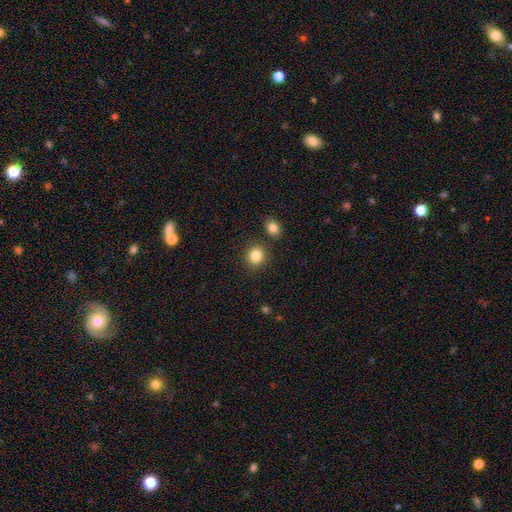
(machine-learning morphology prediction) smooth_or_featured: smooth (p=0.85) [alt: star or artifact p=0.10]
how_rounded: round (p=0.85) [alt: in between p=0.14]
merging: none (p=0.85) [alt: minor disturbance p=0.07]